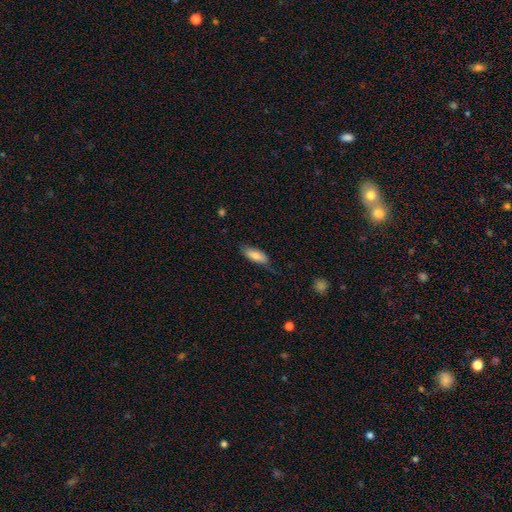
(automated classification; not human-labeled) Morphology: type=smooth (78%); roundness=in between (74%); merging=none (65%).